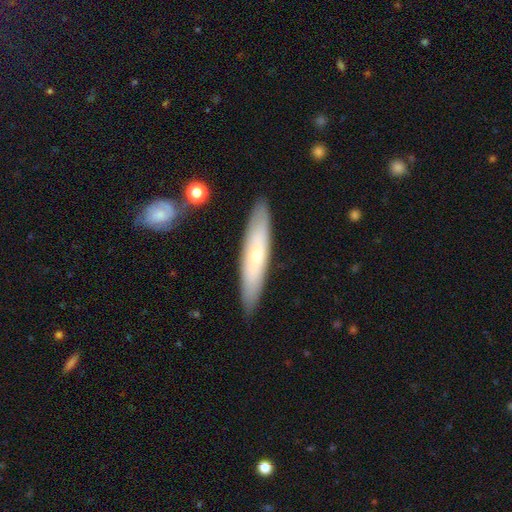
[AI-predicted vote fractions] A smooth galaxy with no disk features (51%) that is cigar-shaped (85%). Merging: none (87%).